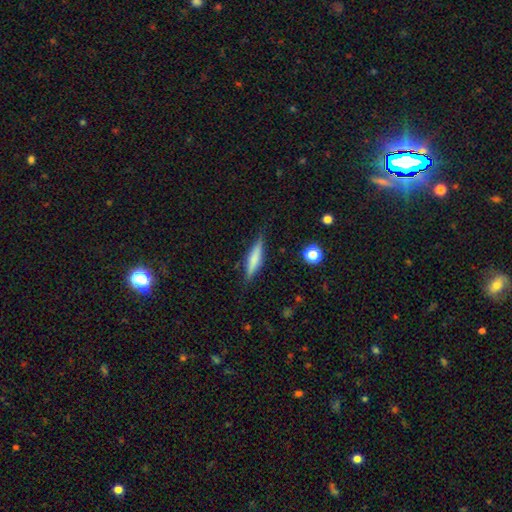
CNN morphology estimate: Smooth or featured?
  - smooth: 56% *
  - featured or disk: 36%
  - star or artifact: 8%
How rounded?
  - cigar-shaped: 84% *
  - in between: 14%
  - round: 2%
Merging?
  - none: 86% *
  - minor disturbance: 10%
  - major disturbance: 2%
  - merger: 1%